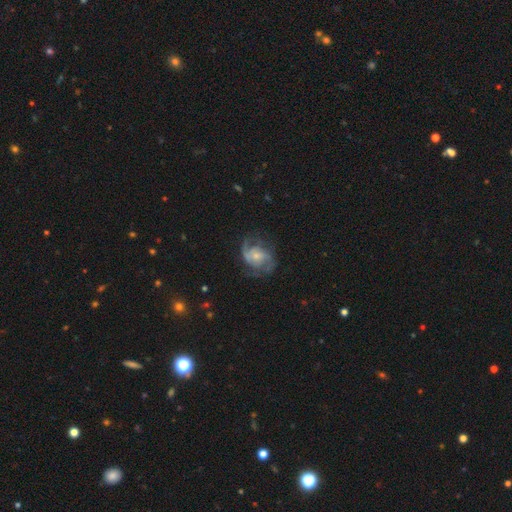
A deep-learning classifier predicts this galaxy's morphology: Overall: featured or disk (82%). Edge-on disk: no (98%). Bar: no (63%; weak 30%). Spiral arms: yes (94%). Spiral arm count: 2 (70%). Spiral winding: medium (51%; loose 25%). Bulge size: small (55%; moderate 34%). Merging: none (66%).